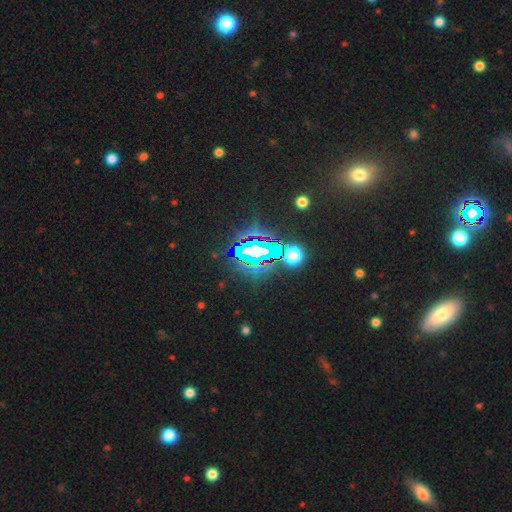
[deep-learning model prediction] This appears to be a star or artifact, not a galaxy (80%).